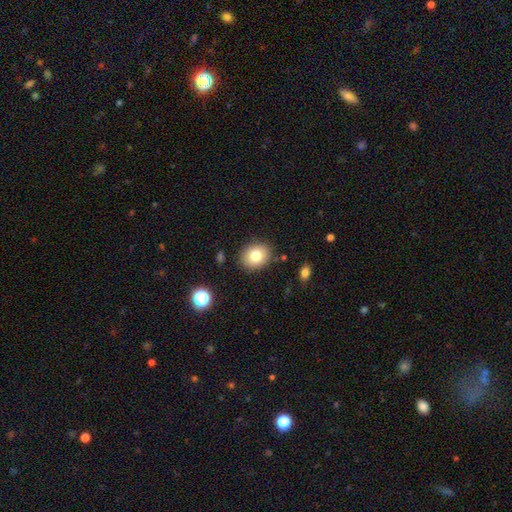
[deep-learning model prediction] Smooth or featured?
  - smooth: 78% *
  - featured or disk: 12%
  - star or artifact: 10%
How rounded?
  - round: 57% *
  - in between: 42%
  - cigar-shaped: 1%
Merging?
  - none: 85% *
  - minor disturbance: 10%
  - major disturbance: 3%
  - merger: 2%